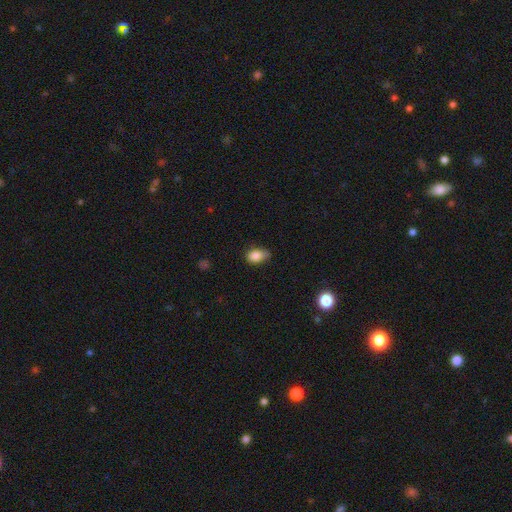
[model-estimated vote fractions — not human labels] smooth 84%, star or artifact 9%, featured or disk 7%. Down the decision tree: how rounded — in between (77%); merging — none (53%).